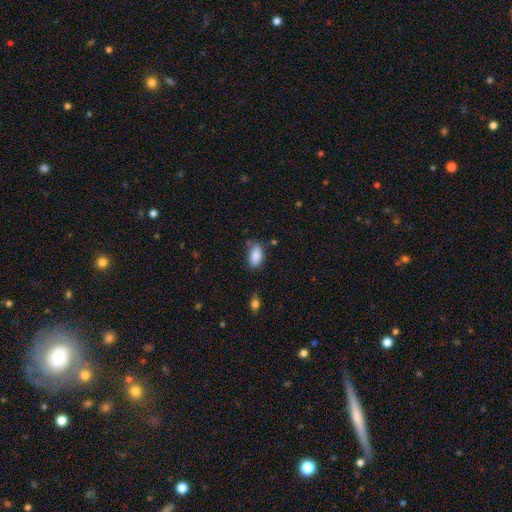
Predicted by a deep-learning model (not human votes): smooth 87%, star or artifact 7%, featured or disk 6%. Down the decision tree: how rounded — in between (92%); merging — none (66%).